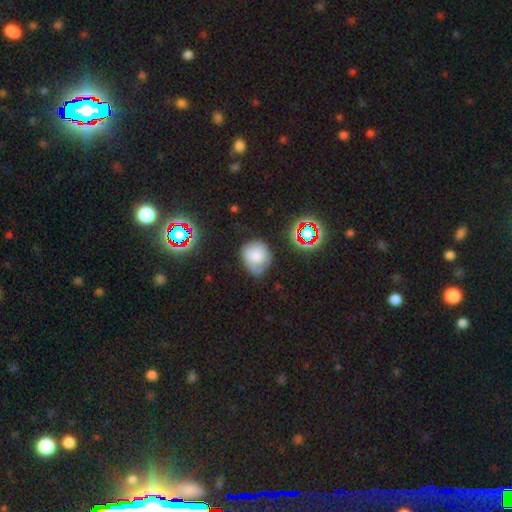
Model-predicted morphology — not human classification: A smooth galaxy with no disk features (67%) that is round (64%). Merging: none (62%).